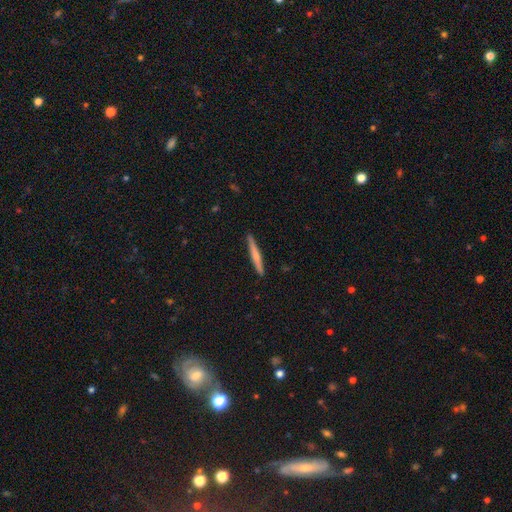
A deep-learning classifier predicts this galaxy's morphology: smooth 51%, featured or disk 44%, star or artifact 5%. Down the decision tree: how rounded — cigar-shaped (96%); merging — none (91%).